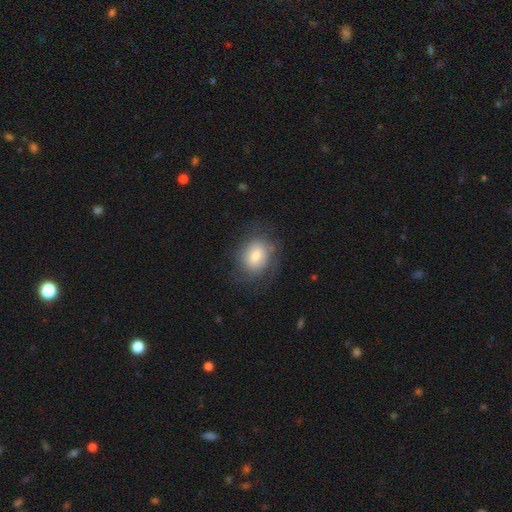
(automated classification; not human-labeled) Q: Smooth or featured?
A: smooth (62%); runner-up: featured or disk (29%)
Q: How rounded?
A: round (54%); runner-up: in between (45%)
Q: Merging?
A: none (68%); runner-up: minor disturbance (19%)